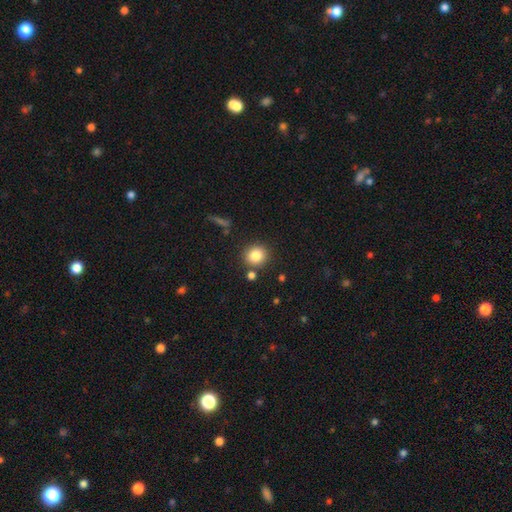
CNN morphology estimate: The model was most divided on "smooth or featured": smooth: 83%, star or artifact: 11%, featured or disk: 6%. More confident: how rounded — round (87%); merging — none (83%).